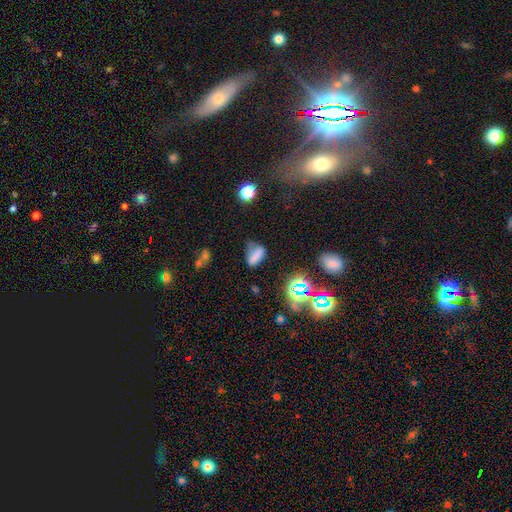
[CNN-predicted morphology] The model was most divided on "merging": none: 45%, minor disturbance: 31%, major disturbance: 18%, merger: 6%. More confident: how rounded — in between (81%); smooth or featured — smooth (69%).